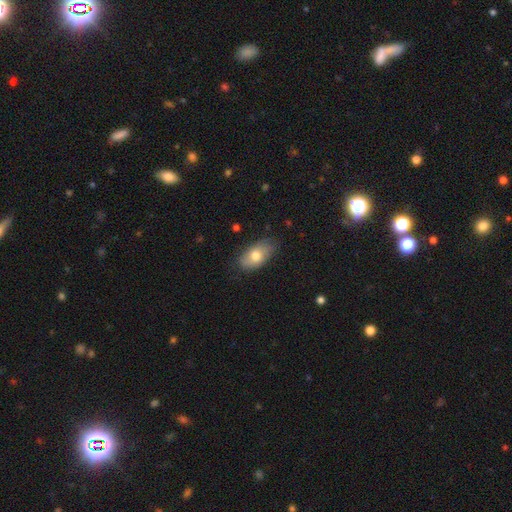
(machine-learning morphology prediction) type=smooth (74%); roundness=in between (92%); merging=none (74%).